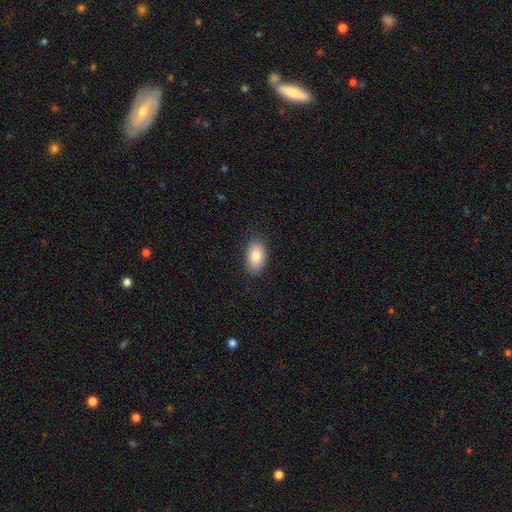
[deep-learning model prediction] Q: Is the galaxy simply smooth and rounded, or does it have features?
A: smooth — 86%.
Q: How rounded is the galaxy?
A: in between — 94%.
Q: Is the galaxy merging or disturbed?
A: none — 87%.